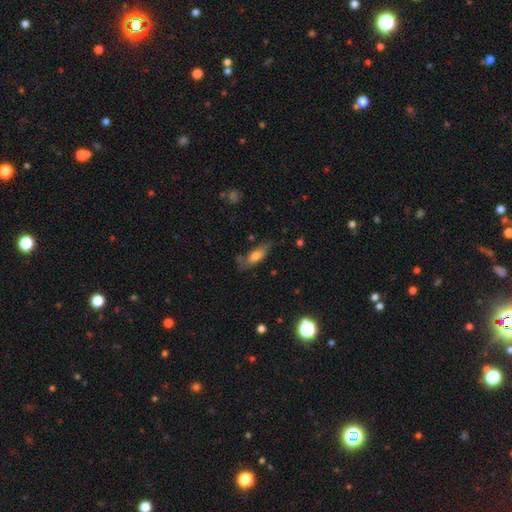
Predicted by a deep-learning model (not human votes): Q: Smooth or featured?
A: smooth (67%); runner-up: featured or disk (25%)
Q: How rounded?
A: in between (65%); runner-up: cigar-shaped (32%)
Q: Merging?
A: none (59%); runner-up: minor disturbance (27%)